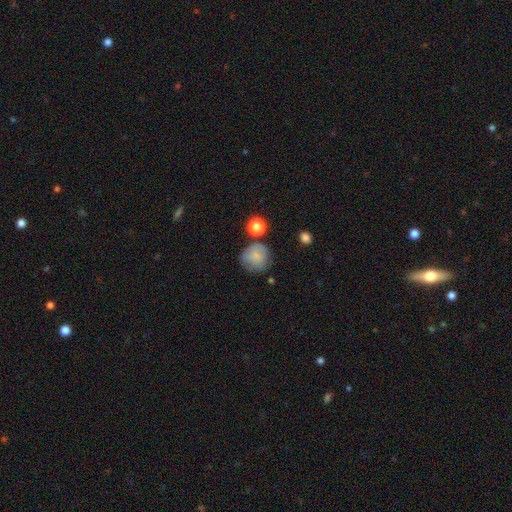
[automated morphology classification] smooth 77%, featured or disk 13%, star or artifact 10%. Down the decision tree: how rounded — round (85%); merging — none (62%).